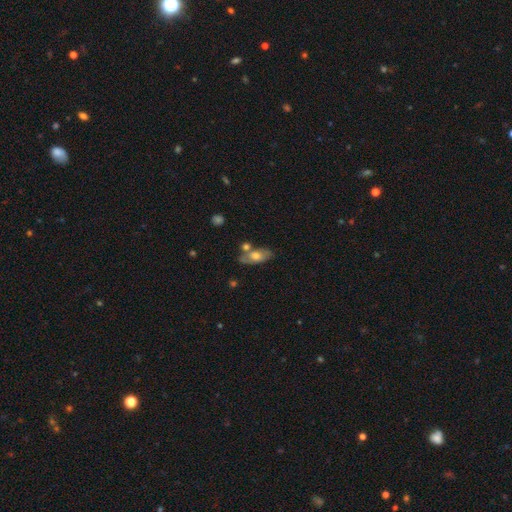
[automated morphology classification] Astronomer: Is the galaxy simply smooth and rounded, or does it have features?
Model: smooth — 56% (runner-up: featured or disk, 37%).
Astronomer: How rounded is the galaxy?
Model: in between — 82%.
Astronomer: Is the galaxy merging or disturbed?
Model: none — 60%.